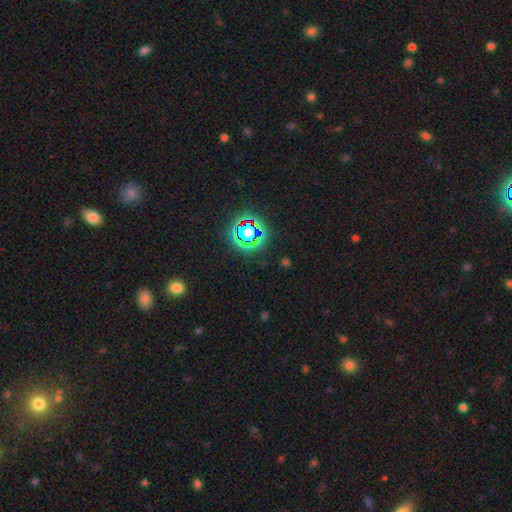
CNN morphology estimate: smooth-or-featured: star or artifact: 77% | smooth: 16% | featured or disk: 7%